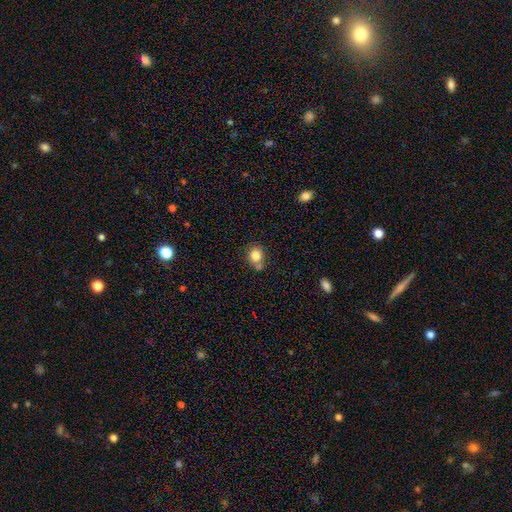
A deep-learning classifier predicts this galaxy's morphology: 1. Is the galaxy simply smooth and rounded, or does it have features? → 81% smooth, 10% star or artifact, 9% featured or disk.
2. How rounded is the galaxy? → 77% round, 22% in between, 1% cigar-shaped.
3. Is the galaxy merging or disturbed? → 59% none, 22% merger, 15% minor disturbance, 4% major disturbance.